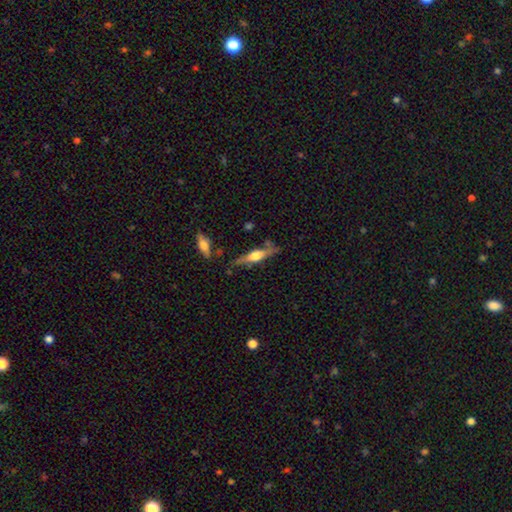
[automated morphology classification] smooth-or-featured: featured or disk: 62% | smooth: 32% | star or artifact: 6%
  disk-edge-on: yes: 94% | no: 6%
    edge-on-bulge: rounded: 87% | boxy: 9% | none: 3%
  merging: none: 72% | minor disturbance: 17% | merger: 6% | major disturbance: 4%